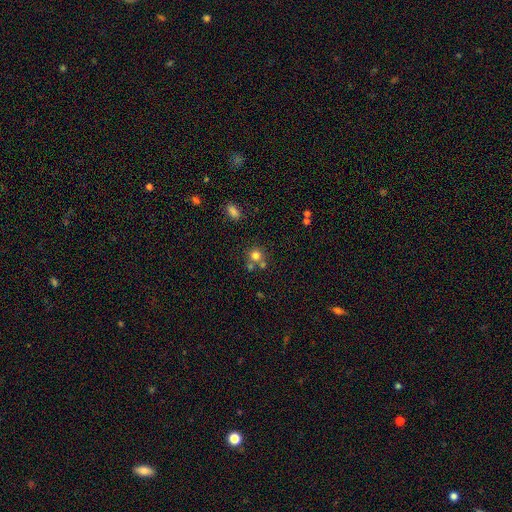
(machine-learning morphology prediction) smooth 75%, star or artifact 15%, featured or disk 10%. Down the decision tree: how rounded — round (88%); merging — none (58%).